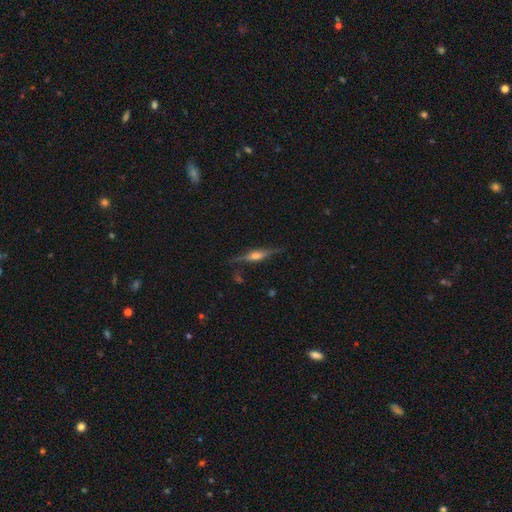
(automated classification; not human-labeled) A featured or disk galaxy (77%) viewed edge-on (97%) with a rounded central bulge (83%).

Vote fractions:
- Smooth or featured? featured or disk: 77% / smooth: 16% / star or artifact: 7%
- Edge-on disk? yes: 97% / no: 3%
- Edge-on bulge? rounded: 83% / boxy: 13% / none: 4%
- Merging? none: 84% / minor disturbance: 12% / major disturbance: 3% / merger: 2%